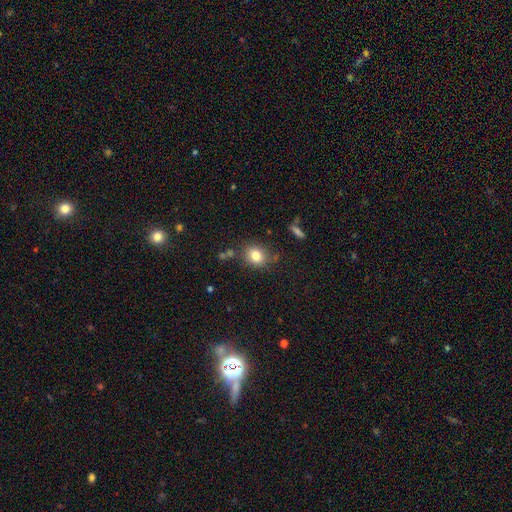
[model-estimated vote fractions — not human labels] Smooth or featured: smooth — 80% (star or artifact — 11%)
How rounded: round — 60% (in between — 39%)
Merging: none — 77% (minor disturbance — 14%)